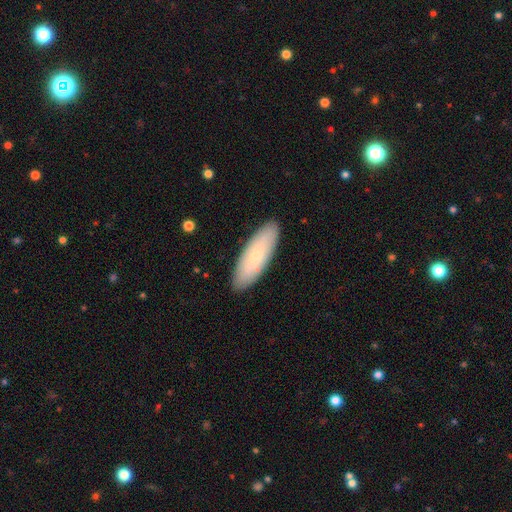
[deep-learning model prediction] Smooth or featured: smooth — 66% (featured or disk — 27%)
How rounded: in between — 59% (cigar-shaped — 38%)
Merging: none — 89% (minor disturbance — 9%)